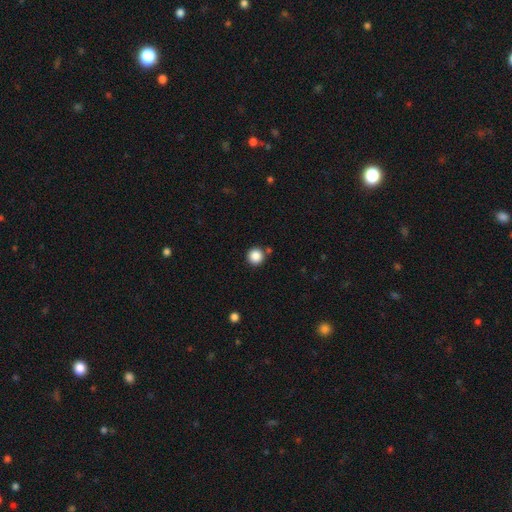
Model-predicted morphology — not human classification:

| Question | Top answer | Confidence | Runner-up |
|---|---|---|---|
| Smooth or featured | smooth | 86% | star or artifact (10%) |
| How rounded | round | 96% | in between (3%) |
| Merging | none | 86% | minor disturbance (7%) |